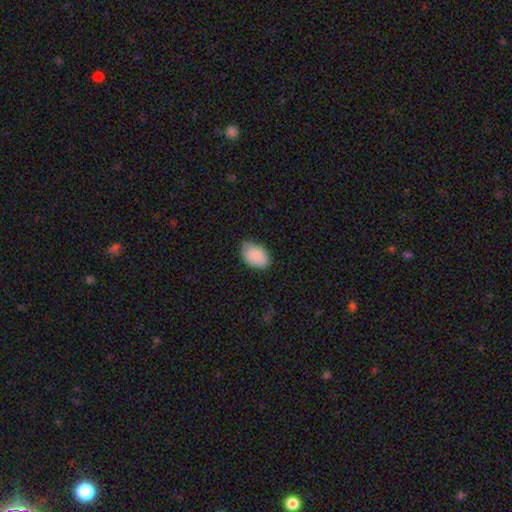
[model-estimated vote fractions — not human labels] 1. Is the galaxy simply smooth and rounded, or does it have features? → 88% smooth, 6% star or artifact, 6% featured or disk.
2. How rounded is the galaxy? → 88% in between, 11% round, 1% cigar-shaped.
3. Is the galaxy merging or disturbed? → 73% none, 23% minor disturbance, 4% major disturbance, 1% merger.